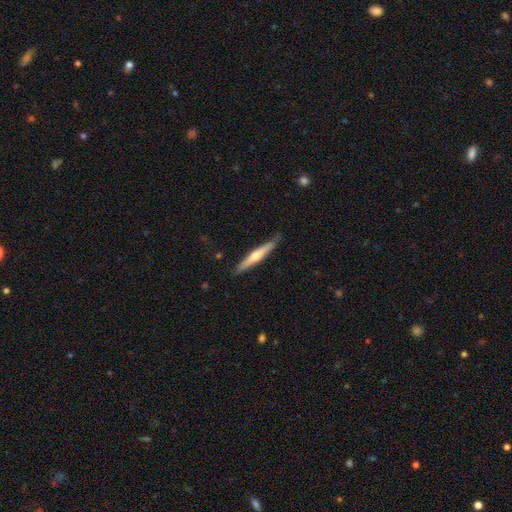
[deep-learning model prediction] smooth_or_featured: featured or disk (p=0.58) [alt: smooth p=0.37]
disk_edge_on: yes (p=0.96) [alt: no p=0.04]
edge_on_bulge: rounded (p=0.85) [alt: none p=0.11]
merging: none (p=0.84) [alt: minor disturbance p=0.12]